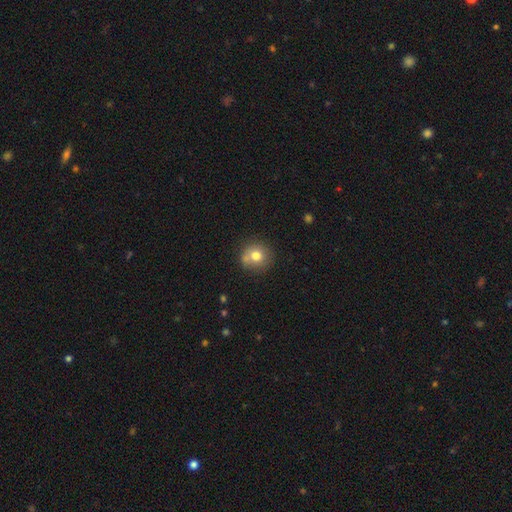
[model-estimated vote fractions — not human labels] Q: Smooth or featured?
A: smooth (76%); runner-up: featured or disk (13%)
Q: How rounded?
A: round (89%); runner-up: in between (10%)
Q: Merging?
A: none (67%); runner-up: minor disturbance (15%)